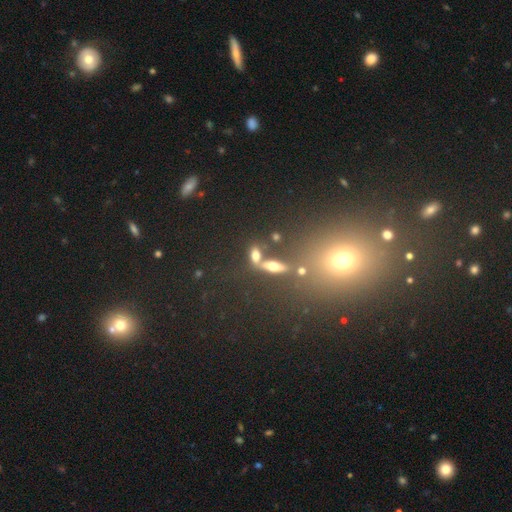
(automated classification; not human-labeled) Q: Smooth or featured?
A: smooth (61%); runner-up: featured or disk (23%)
Q: How rounded?
A: in between (62%); runner-up: cigar-shaped (23%)
Q: Merging?
A: none (53%); runner-up: merger (28%)